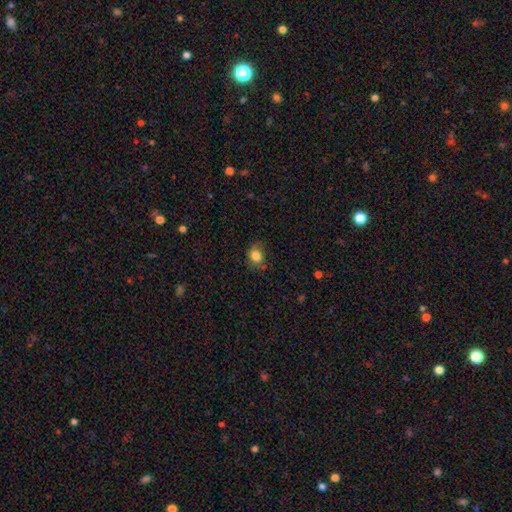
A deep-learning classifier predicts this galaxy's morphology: A smooth galaxy with no disk features (82%) that is round (53%). Merging: none (69%).